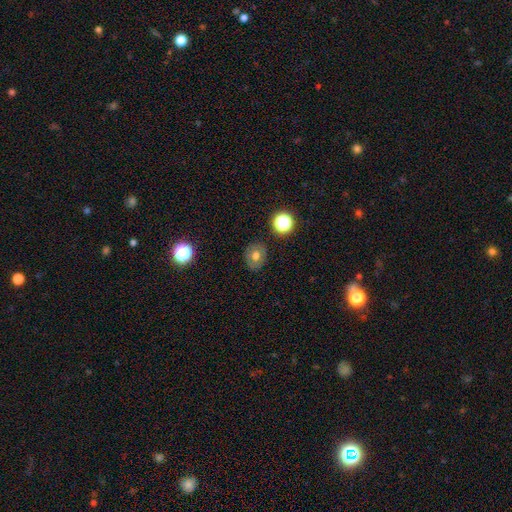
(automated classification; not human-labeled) smooth_or_featured: smooth (p=0.65) [alt: featured or disk p=0.22]
how_rounded: round (p=0.67) [alt: in between p=0.32]
merging: none (p=0.86) [alt: minor disturbance p=0.09]